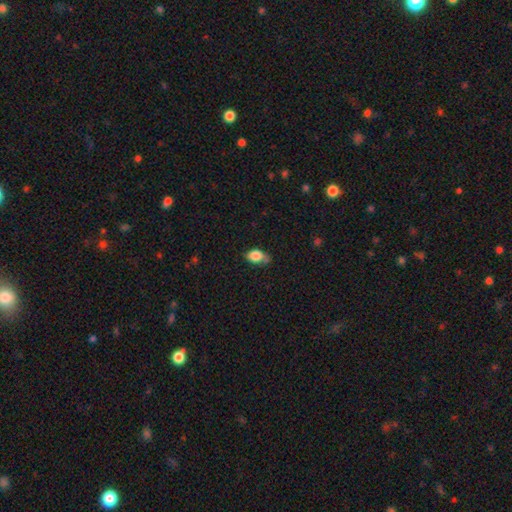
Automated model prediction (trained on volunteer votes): Morphology: type=smooth (83%); roundness=in between (79%); merging=none (53%).